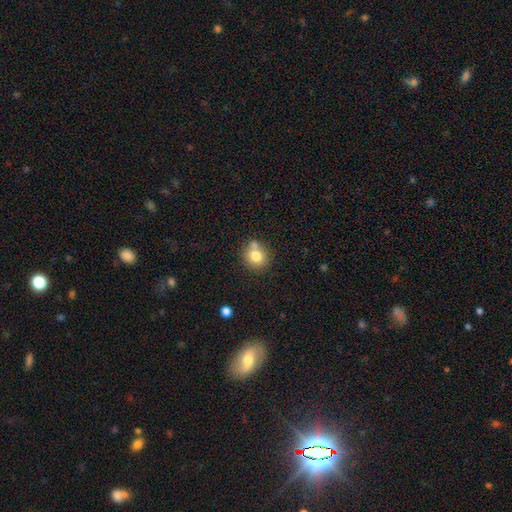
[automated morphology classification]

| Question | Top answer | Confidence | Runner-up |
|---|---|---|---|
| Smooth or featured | smooth | 77% | featured or disk (13%) |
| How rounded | round | 83% | in between (16%) |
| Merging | none | 62% | merger (24%) |